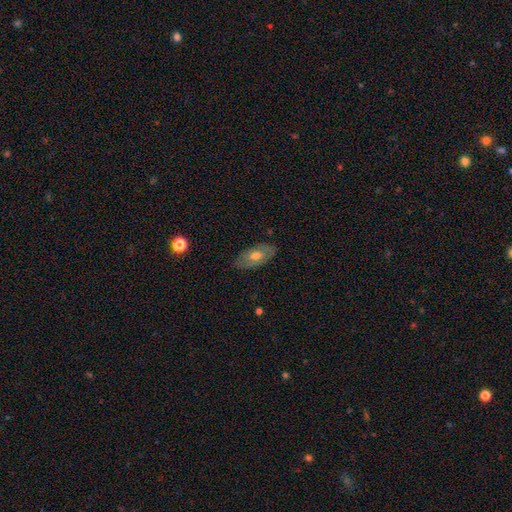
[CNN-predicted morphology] type=smooth (46%, tied with featured or disk); merging=none (81%).